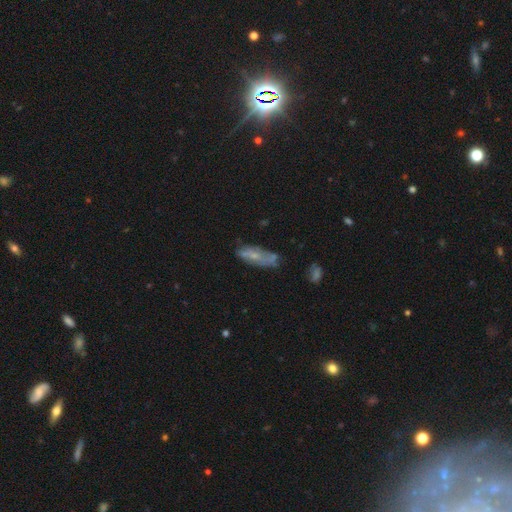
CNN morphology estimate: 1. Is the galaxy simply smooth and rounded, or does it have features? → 45% smooth (tied), 45% featured or disk (tied), 10% star or artifact.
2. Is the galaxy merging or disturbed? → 59% none, 26% minor disturbance, 9% major disturbance, 5% merger.